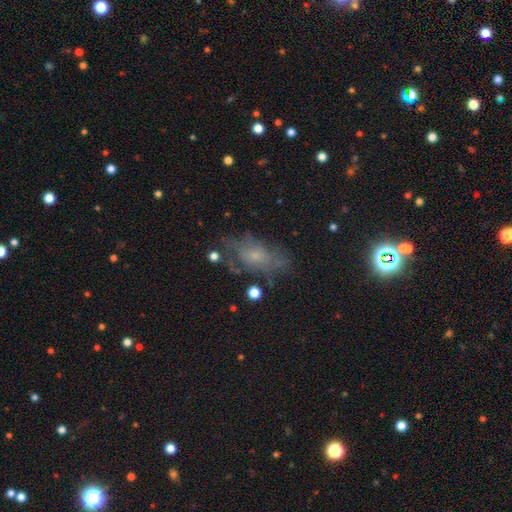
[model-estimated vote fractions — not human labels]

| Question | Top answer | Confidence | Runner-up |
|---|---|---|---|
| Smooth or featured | featured or disk | 50% | smooth (33%) |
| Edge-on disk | no | 91% | yes (9%) |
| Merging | none | 55% | minor disturbance (23%) |